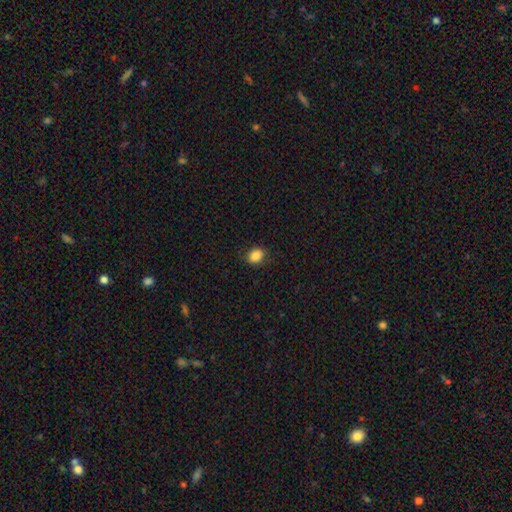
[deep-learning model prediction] This is clearly a smooth galaxy (86%). How rounded: possibly in between (56%). Merging: clearly none (85%).